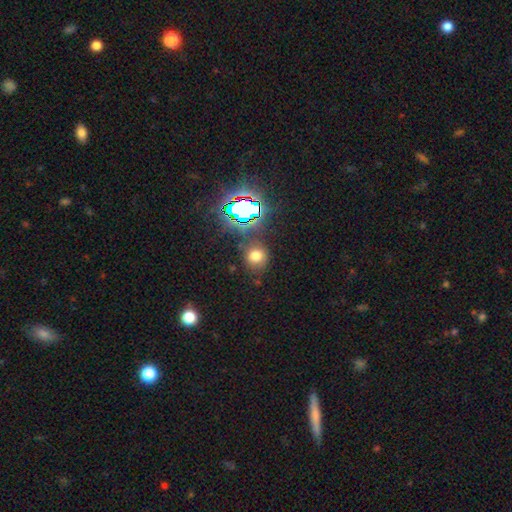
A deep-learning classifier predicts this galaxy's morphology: Smooth or featured? Predicted: smooth (p=0.67). How rounded? Predicted: round (p=0.79). Merging? Predicted: none (p=0.77).